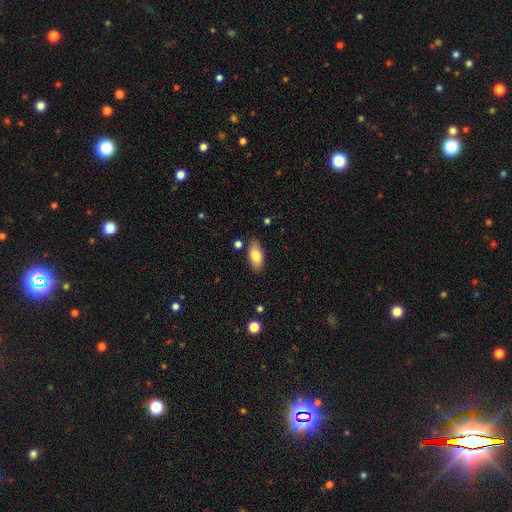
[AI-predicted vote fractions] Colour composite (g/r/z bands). It shows a smooth galaxy with no disk features (80%) that is in between round and cigar-shaped (91%). Merging: none (84%).